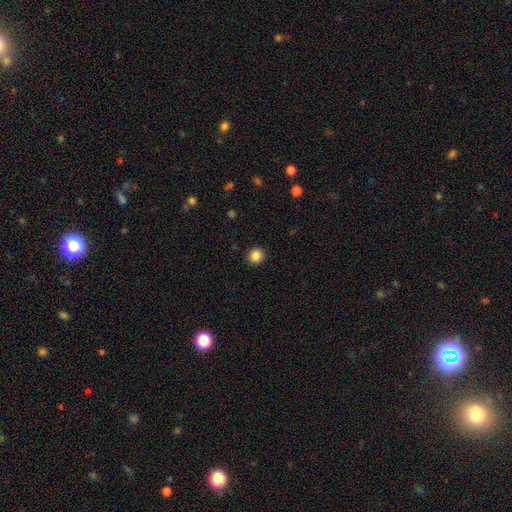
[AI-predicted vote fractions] Q: Smooth or featured?
A: smooth (85%); runner-up: star or artifact (10%)
Q: How rounded?
A: round (89%); runner-up: in between (10%)
Q: Merging?
A: none (92%); runner-up: minor disturbance (5%)